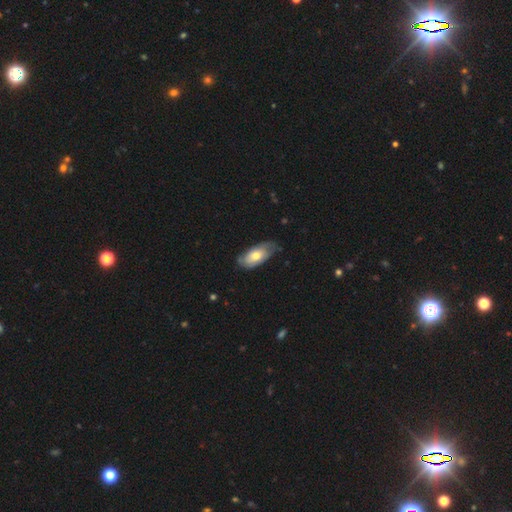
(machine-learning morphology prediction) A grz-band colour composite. It shows a smooth galaxy with no disk features (56%) that is in between round and cigar-shaped (91%). Merging: none (61%).